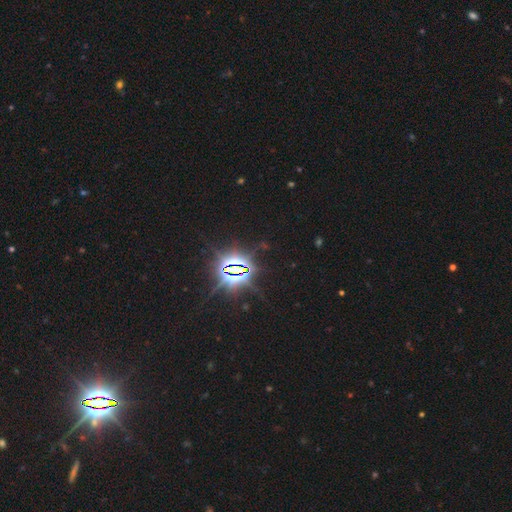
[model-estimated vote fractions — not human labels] A star or artifact, not a galaxy (86%).